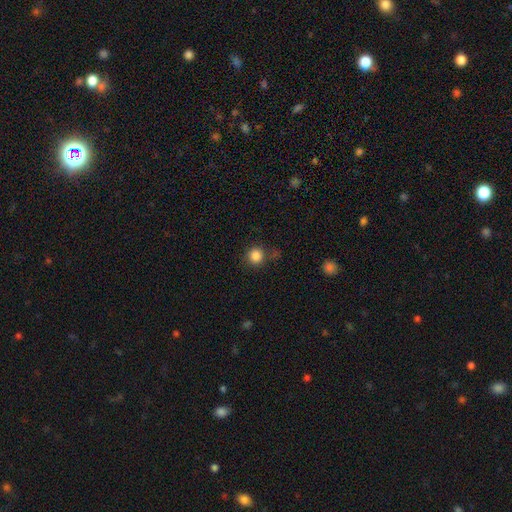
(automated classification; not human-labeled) The model was most divided on "merging": none: 79%, minor disturbance: 12%, major disturbance: 5%, merger: 4%. More confident: how rounded — round (93%); smooth or featured — smooth (85%).